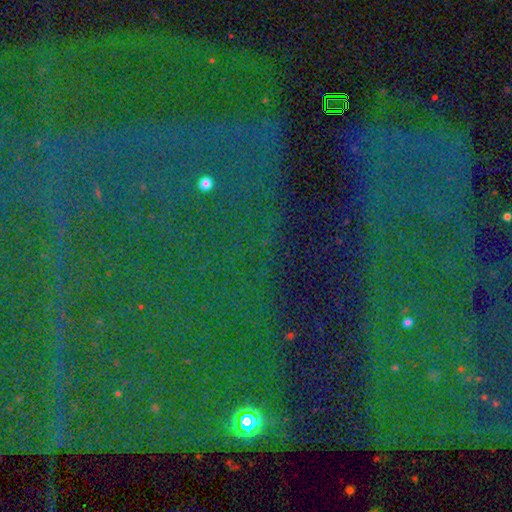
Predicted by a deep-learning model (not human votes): smooth_or_featured: star or artifact (p=0.84) [alt: smooth p=0.08]